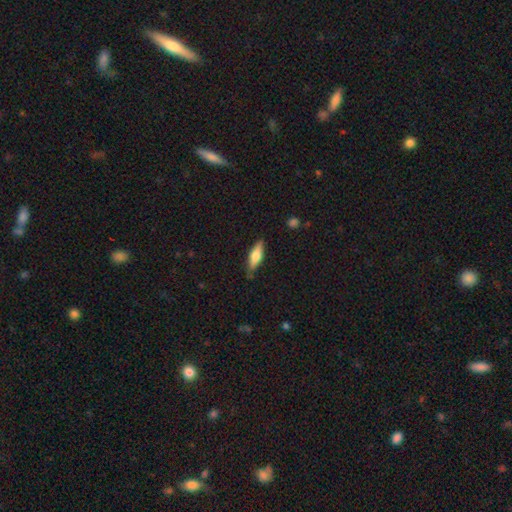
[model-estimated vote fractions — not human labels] A smooth galaxy with no disk features (53%) that is cigar-shaped (50%). Merging: none (80%).